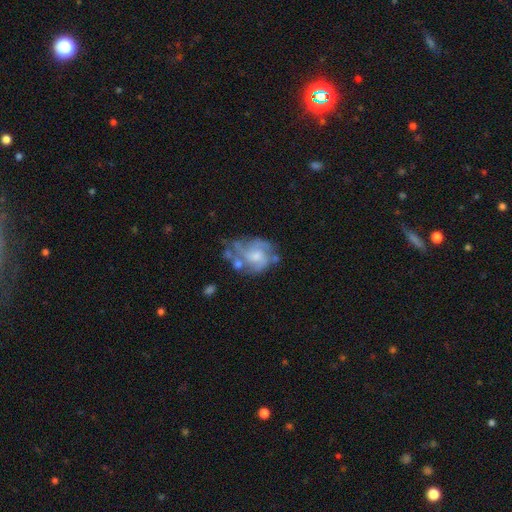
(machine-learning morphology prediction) A featured or disk galaxy (70%) with no bar (70%), medium (42%) spiral arms (76%) and a moderate central bulge (45%). Merging: none (41%).